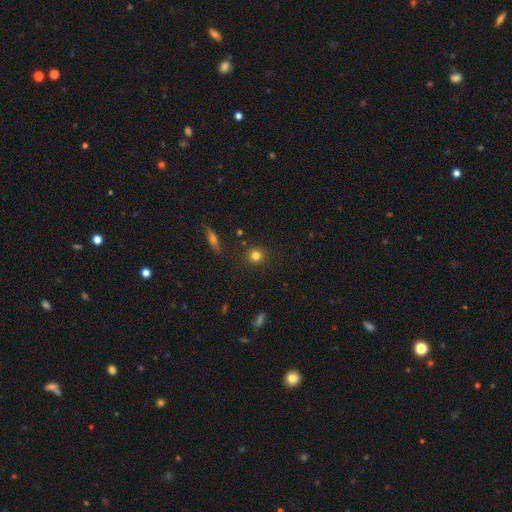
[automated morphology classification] Q: Smooth or featured?
A: smooth (81%); runner-up: star or artifact (12%)
Q: How rounded?
A: round (92%); runner-up: in between (7%)
Q: Merging?
A: none (89%); runner-up: minor disturbance (6%)